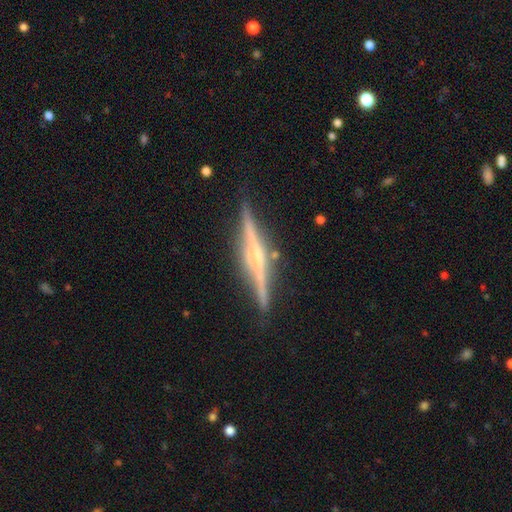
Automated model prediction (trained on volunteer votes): This is clearly a featured or disk galaxy (85%). It is clearly viewed edge-on (98%). Edge-on bulge: likely rounded (69%). Merging: clearly none (88%).